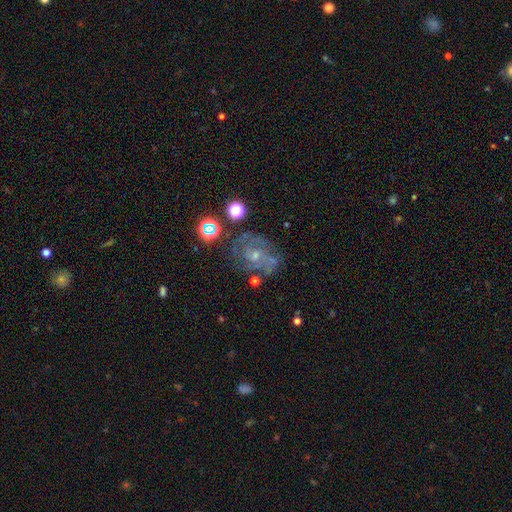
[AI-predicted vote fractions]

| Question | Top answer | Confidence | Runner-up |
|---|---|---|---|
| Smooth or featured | featured or disk | 72% | smooth (14%) |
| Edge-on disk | no | 97% | yes (3%) |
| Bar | no | 62% | weak (32%) |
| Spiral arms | yes | 86% | no (14%) |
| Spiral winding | tight | 46% | medium (41%) |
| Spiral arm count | can't tell | 35% | 2 (29%) |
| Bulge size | small | 65% | moderate (28%) |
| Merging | none | 61% | minor disturbance (20%) |